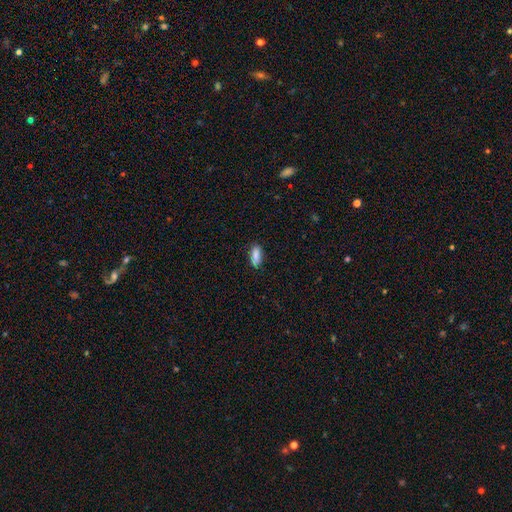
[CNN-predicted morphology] Smooth or featured? Predicted: smooth (p=0.86). How rounded? Predicted: in between (p=0.77). Merging? Predicted: none (p=0.81).